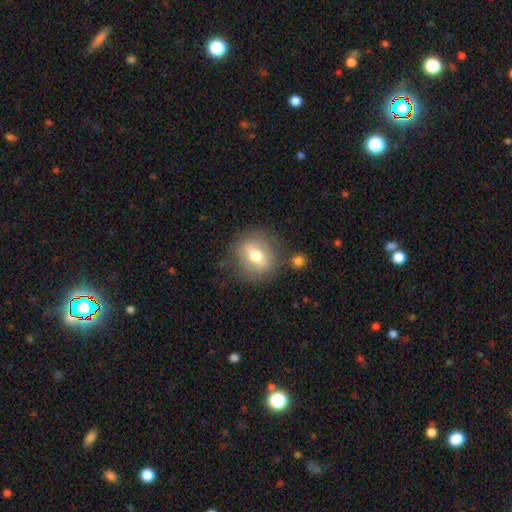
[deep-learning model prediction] Smooth or featured: smooth — 61% (featured or disk — 31%)
How rounded: round — 71% (in between — 27%)
Merging: none — 79% (minor disturbance — 12%)